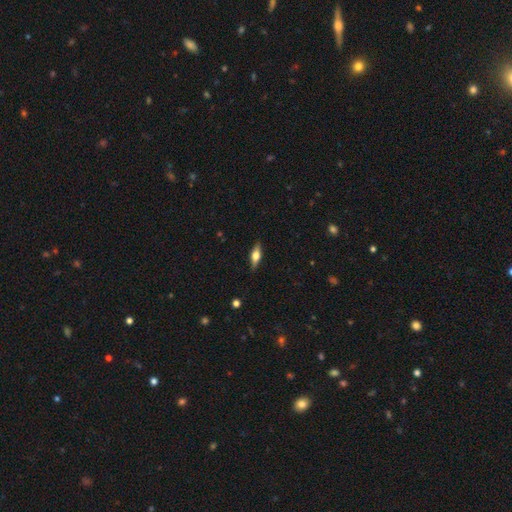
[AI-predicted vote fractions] featured or disk 49%, smooth 44%, star or artifact 7%. Down the decision tree: merging — none (87%).